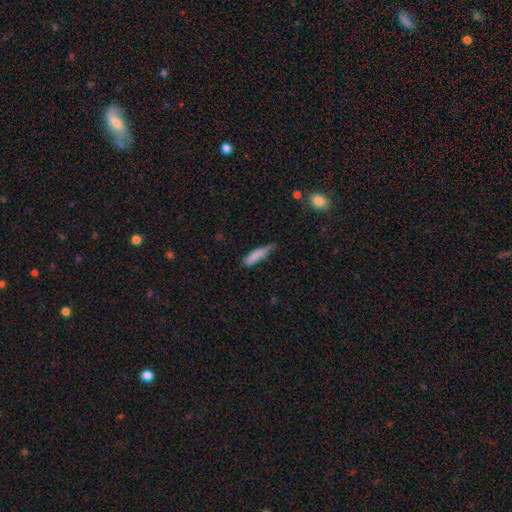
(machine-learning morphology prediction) Smooth or featured: smooth — 81% (featured or disk — 11%)
How rounded: cigar-shaped — 71% (in between — 28%)
Merging: none — 44% (minor disturbance — 42%)